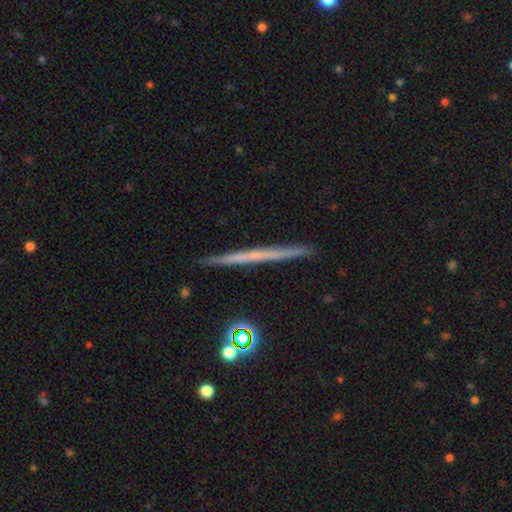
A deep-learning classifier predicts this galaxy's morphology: featured or disk 54%, smooth 38%, star or artifact 8%. Down the decision tree: edge-on disk — yes (97%); edge-on bulge — none (92%); merging — none (91%).